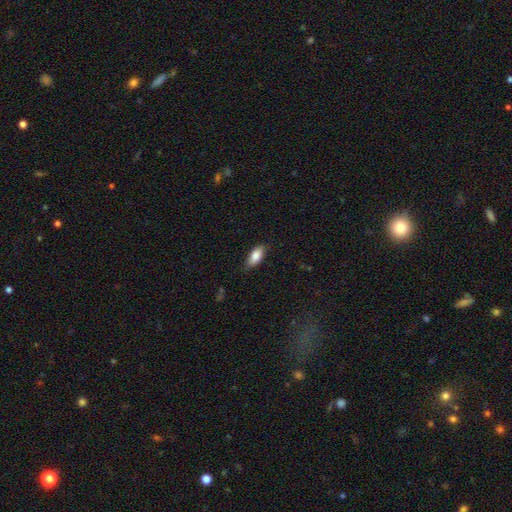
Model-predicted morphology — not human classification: A smooth galaxy with no disk features (84%) that is in between round and cigar-shaped (85%).

Vote fractions:
- Smooth or featured? smooth: 84% / featured or disk: 10% / star or artifact: 7%
- How rounded? in between: 85% / cigar-shaped: 12% / round: 3%
- Merging? none: 79% / minor disturbance: 17% / major disturbance: 3% / merger: 1%